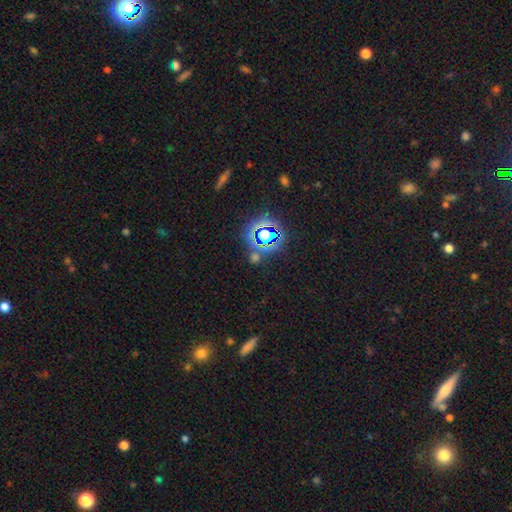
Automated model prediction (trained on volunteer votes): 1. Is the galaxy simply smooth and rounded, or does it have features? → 72% star or artifact, 19% smooth, 9% featured or disk.